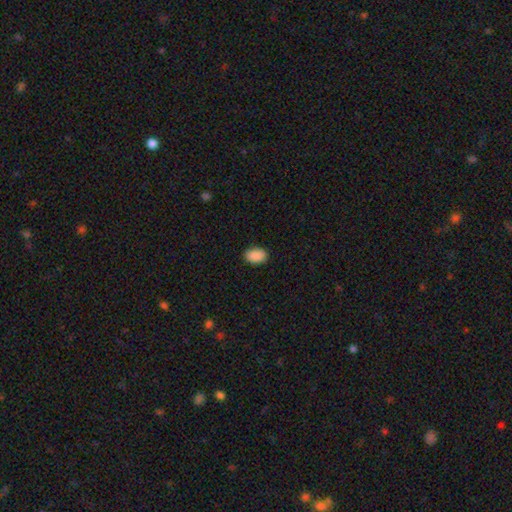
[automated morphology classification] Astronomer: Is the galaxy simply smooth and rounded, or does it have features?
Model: smooth — 90%.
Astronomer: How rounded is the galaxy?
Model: in between — 88%.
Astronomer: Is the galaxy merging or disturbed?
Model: none — 88%.